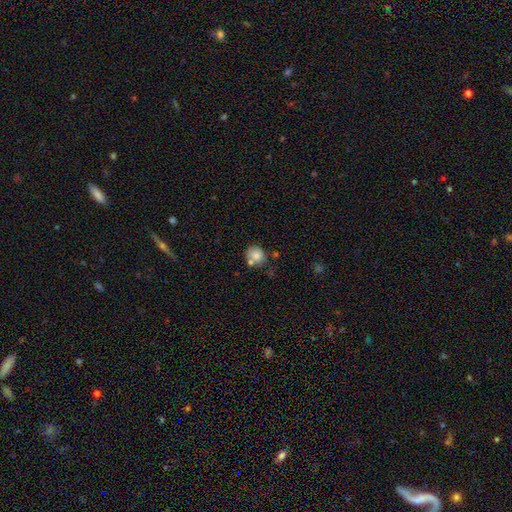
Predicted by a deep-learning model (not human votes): This is likely a smooth galaxy (79%). How rounded: likely round (78%). Merging: possibly none (57%).